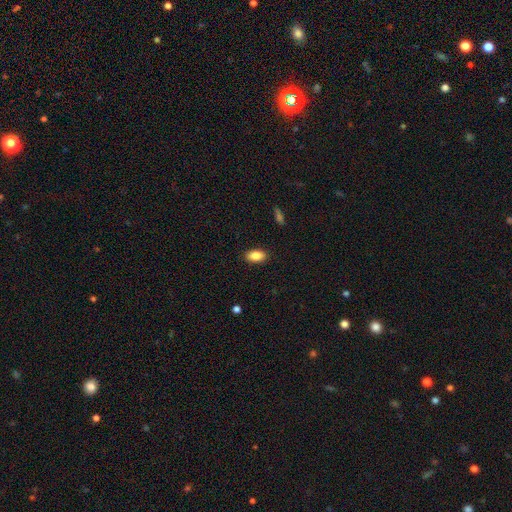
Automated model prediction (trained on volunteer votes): smooth 86%, star or artifact 7%, featured or disk 7%. Down the decision tree: how rounded — in between (91%); merging — none (89%).